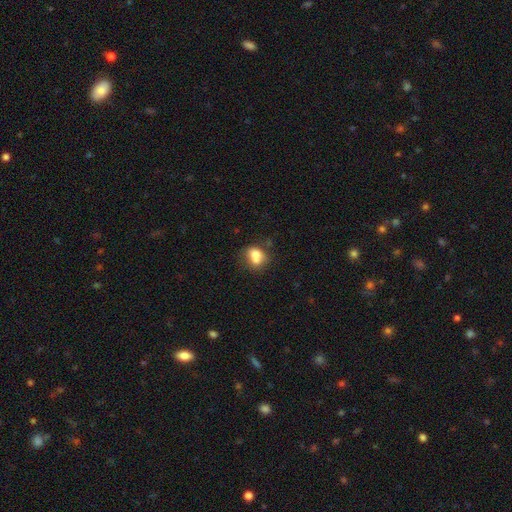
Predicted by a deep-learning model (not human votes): Q: Smooth or featured?
A: smooth (73%); runner-up: featured or disk (17%)
Q: How rounded?
A: round (53%); runner-up: in between (46%)
Q: Merging?
A: merger (39%); runner-up: none (38%)